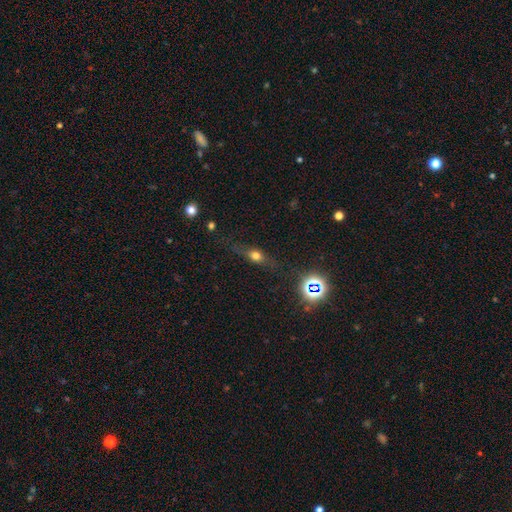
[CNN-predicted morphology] smooth_or_featured: smooth (p=0.52) [alt: featured or disk p=0.29]
how_rounded: in between (p=0.44) [alt: cigar-shaped p=0.34]
merging: none (p=0.70) [alt: minor disturbance p=0.18]